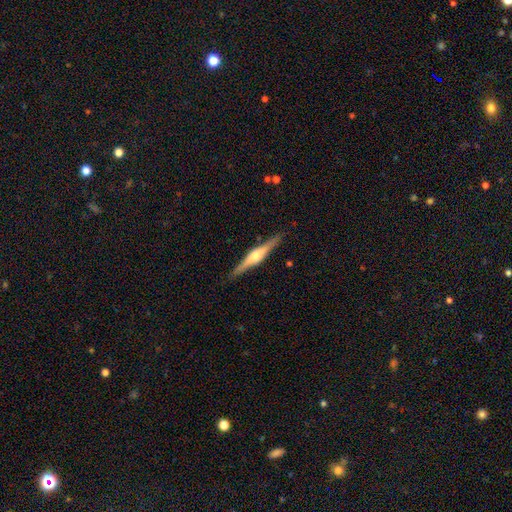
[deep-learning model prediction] This appears to be a featured or disk galaxy (76%) viewed edge-on (98%) with a rounded central bulge (89%). Merging: none (89%).